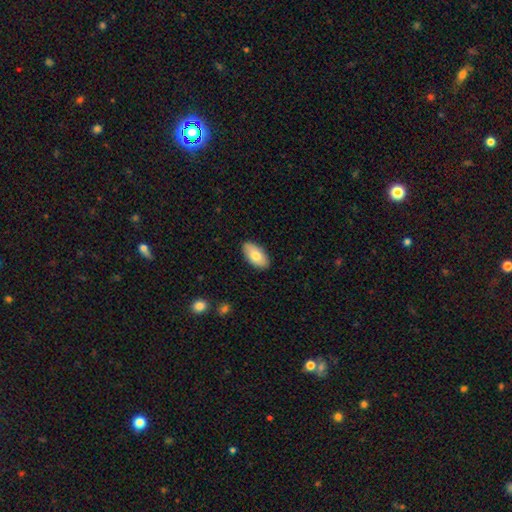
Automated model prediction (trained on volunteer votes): Q: Smooth or featured?
A: smooth (78%); runner-up: featured or disk (16%)
Q: How rounded?
A: in between (95%); runner-up: round (3%)
Q: Merging?
A: none (87%); runner-up: minor disturbance (10%)